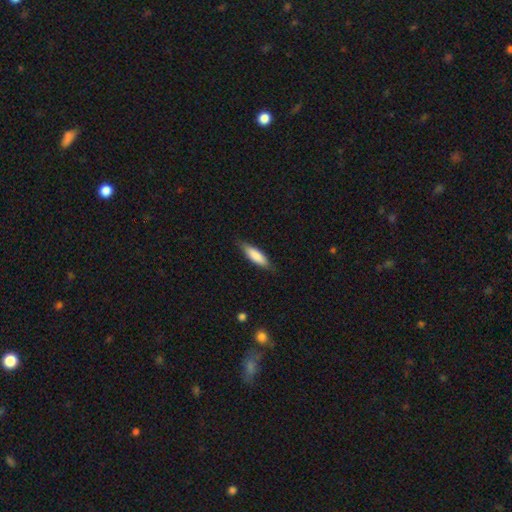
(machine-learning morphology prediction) smooth_or_featured: smooth (p=0.83) [alt: featured or disk p=0.12]
how_rounded: cigar-shaped (p=0.52) [alt: in between p=0.47]
merging: none (p=0.81) [alt: minor disturbance p=0.15]